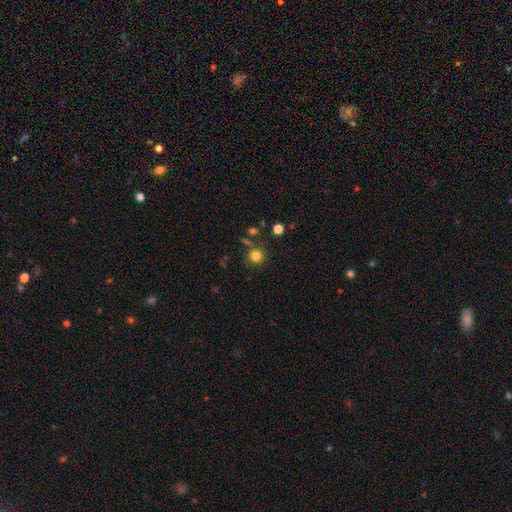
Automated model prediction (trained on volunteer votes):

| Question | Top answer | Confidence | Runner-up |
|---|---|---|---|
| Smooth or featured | smooth | 81% | star or artifact (13%) |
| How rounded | round | 92% | in between (7%) |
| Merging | none | 78% | minor disturbance (10%) |